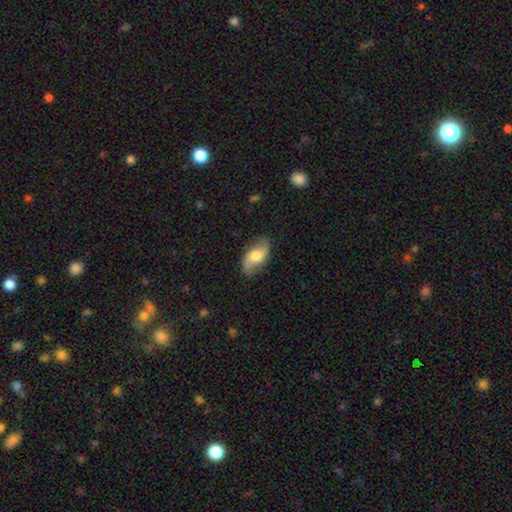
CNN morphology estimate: Smooth or featured? Predicted: featured or disk (p=0.56). Edge-on disk? Predicted: no (p=0.92). Bar? Predicted: no (p=0.60). Spiral arms? Predicted: yes (p=0.85). Bulge size? Predicted: moderate (p=0.63). Merging? Predicted: none (p=0.80).